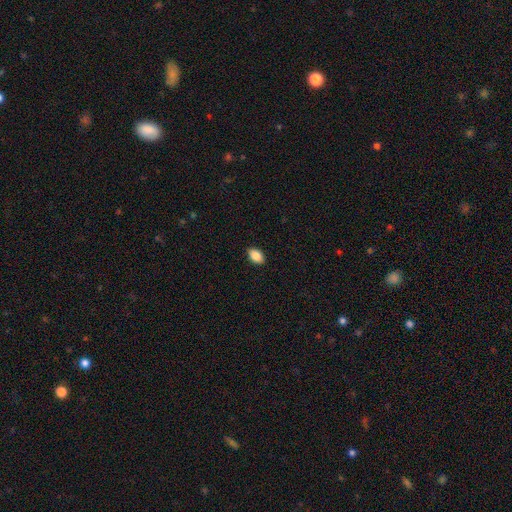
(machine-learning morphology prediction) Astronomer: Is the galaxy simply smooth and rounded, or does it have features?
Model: smooth — 86%.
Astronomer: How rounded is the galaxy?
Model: in between — 90%.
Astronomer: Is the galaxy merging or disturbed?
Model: none — 89%.